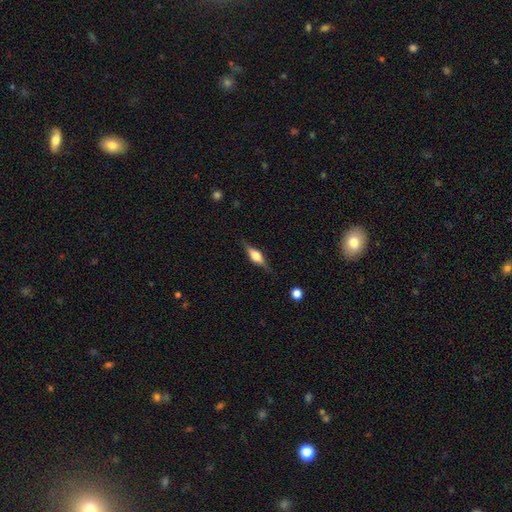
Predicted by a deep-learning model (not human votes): This appears to be a featured or disk galaxy (65%) viewed edge-on (96%) with a rounded central bulge (83%). Merging: none (83%).